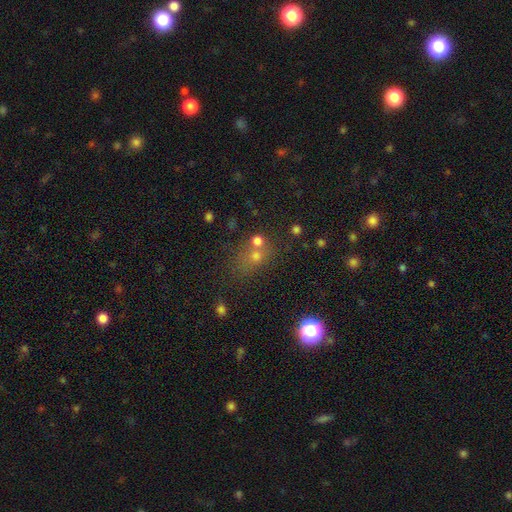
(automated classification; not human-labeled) Smooth or featured: smooth — 50% (star or artifact — 36%)
How rounded: round — 70% (in between — 28%)
Merging: none — 52% (merger — 33%)